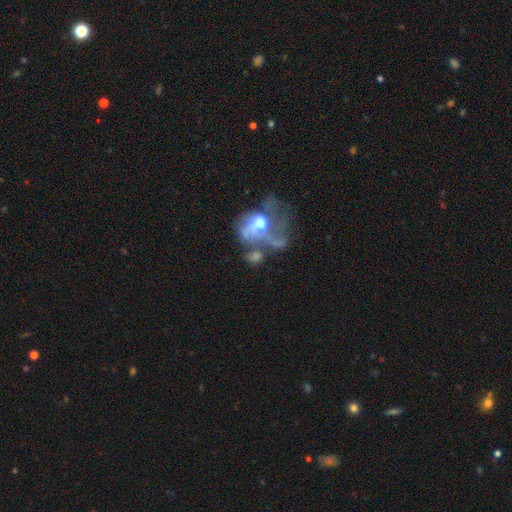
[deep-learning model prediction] This appears to be a featured or disk galaxy (60%) with no bar (70%), no spiral arms (56%) and a moderate central bulge (61%). Merging: major disturbance (38%).